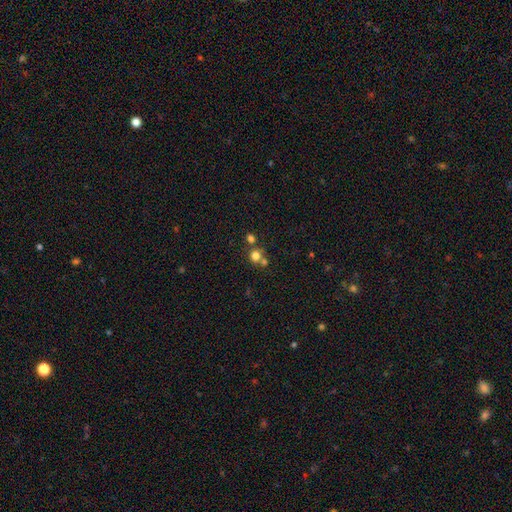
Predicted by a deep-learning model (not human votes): Morphology: type=smooth (74%); roundness=round (84%); merging=none (54%).